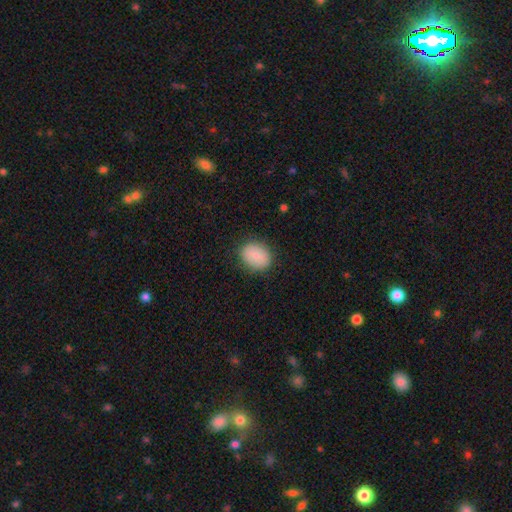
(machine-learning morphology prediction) type=smooth (85%); roundness=in between (54%); merging=none (86%).